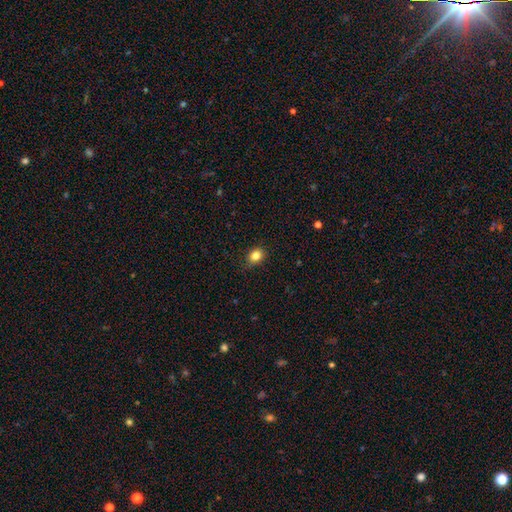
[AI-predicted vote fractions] Q: Smooth or featured?
A: smooth (83%); runner-up: star or artifact (11%)
Q: How rounded?
A: round (59%); runner-up: in between (40%)
Q: Merging?
A: none (81%); runner-up: minor disturbance (15%)